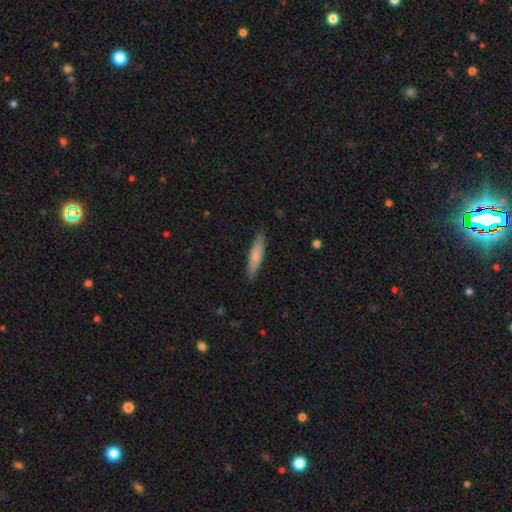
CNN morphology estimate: smooth_or_featured: smooth (p=0.74) [alt: featured or disk p=0.20]
how_rounded: cigar-shaped (p=0.83) [alt: in between p=0.16]
merging: none (p=0.87) [alt: minor disturbance p=0.10]